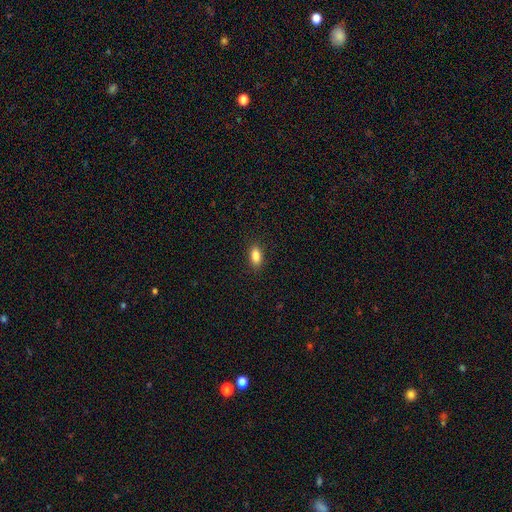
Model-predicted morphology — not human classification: type=smooth (87%); roundness=in between (88%); merging=none (89%).